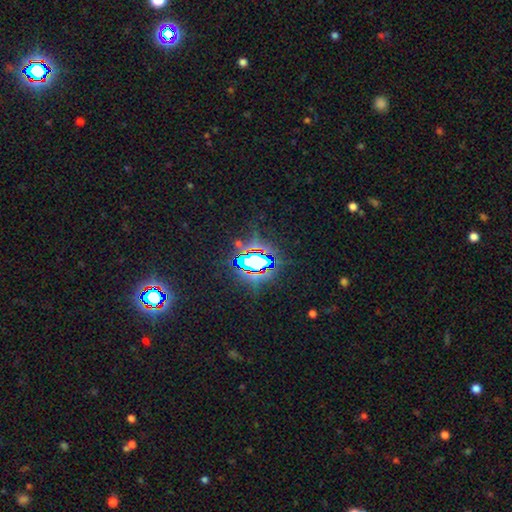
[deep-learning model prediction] This is likely a star or artifact rather than a galaxy (74%).